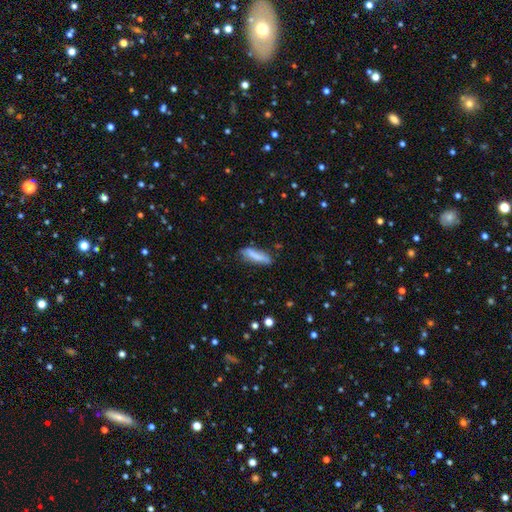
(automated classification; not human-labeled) This is likely a smooth galaxy (78%). How rounded: likely cigar-shaped (65%). Merging: likely none (71%).